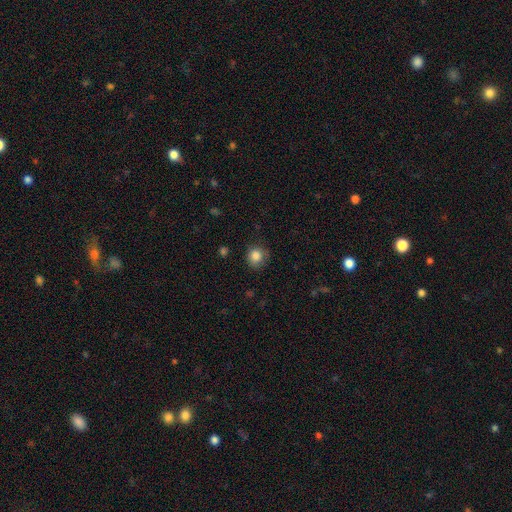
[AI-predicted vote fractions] Q: Smooth or featured?
A: smooth (85%); runner-up: star or artifact (10%)
Q: How rounded?
A: round (86%); runner-up: in between (13%)
Q: Merging?
A: none (77%); runner-up: minor disturbance (17%)